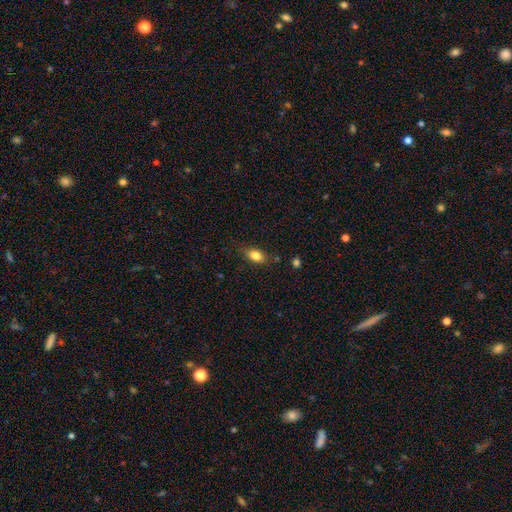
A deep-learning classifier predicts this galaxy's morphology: This is clearly a smooth galaxy (82%). How rounded: clearly in between (81%). Merging: likely none (74%).